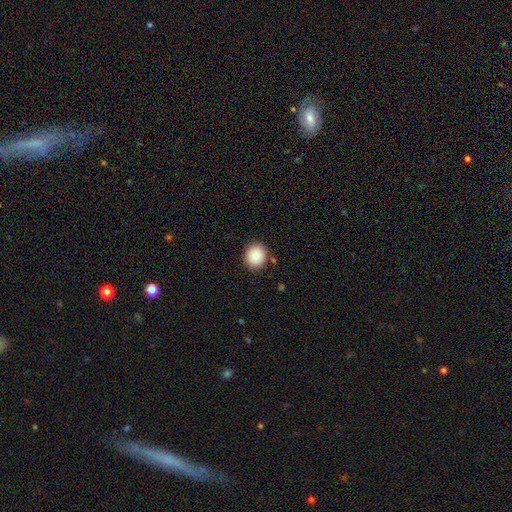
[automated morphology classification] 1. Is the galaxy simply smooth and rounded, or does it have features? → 88% smooth, 8% star or artifact, 4% featured or disk.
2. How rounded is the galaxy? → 81% round, 18% in between, 1% cigar-shaped.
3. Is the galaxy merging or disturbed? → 88% none, 8% minor disturbance, 2% major disturbance, 2% merger.